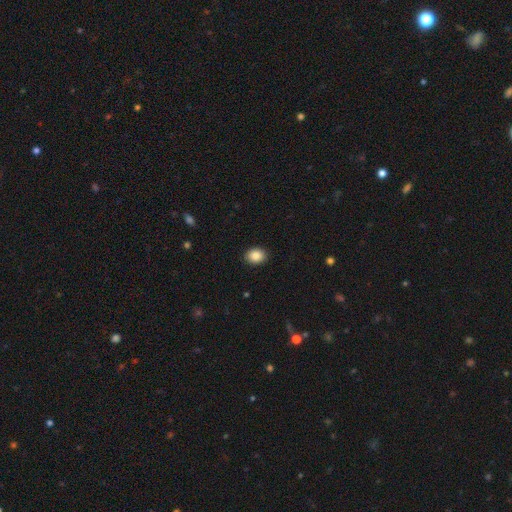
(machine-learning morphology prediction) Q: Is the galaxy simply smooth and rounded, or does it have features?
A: smooth — 88%.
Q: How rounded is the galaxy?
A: in between — 59%.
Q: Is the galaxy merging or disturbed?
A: none — 90%.